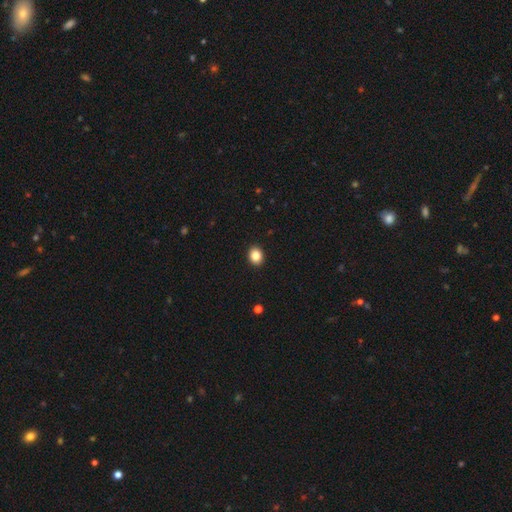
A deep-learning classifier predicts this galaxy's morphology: Smooth or featured: smooth — 86% (star or artifact — 9%)
How rounded: round — 56% (in between — 43%)
Merging: none — 92% (minor disturbance — 5%)